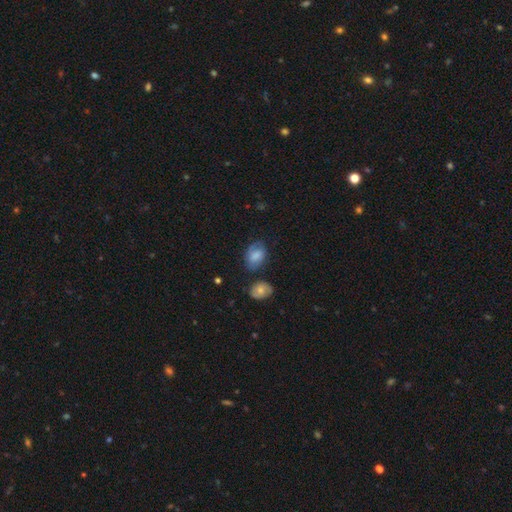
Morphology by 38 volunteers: This appears to be a smooth galaxy with no disk features (66%) that is in between round and cigar-shaped (92%). Merging: none (57%).